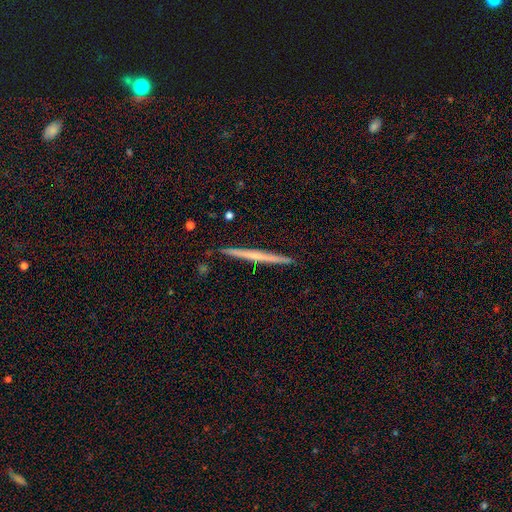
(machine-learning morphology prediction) Overall: featured or disk (61%; smooth 32%). Edge-on disk: yes (98%). Edge-on bulge: none (64%; rounded 31%). Merging: none (92%).